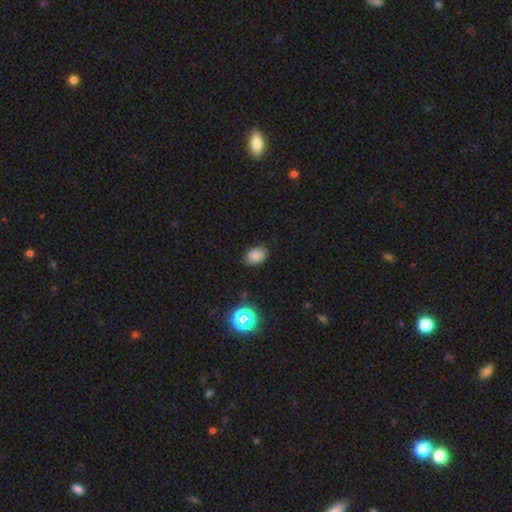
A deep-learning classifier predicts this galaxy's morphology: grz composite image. It shows a smooth galaxy with no disk features (80%) that is in between round and cigar-shaped (75%). Merging: none (84%).